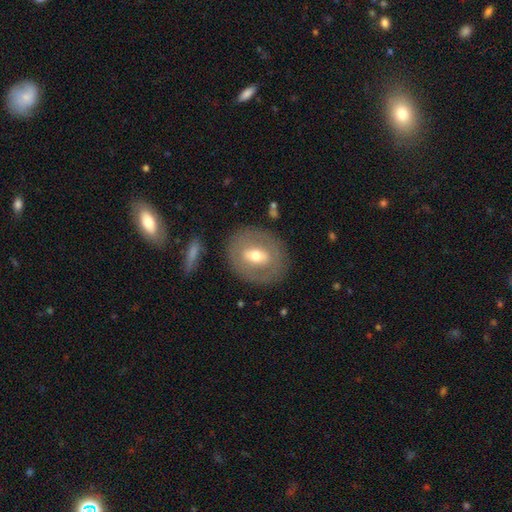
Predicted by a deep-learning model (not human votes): A featured or disk galaxy (52%).

Vote fractions:
- Smooth or featured? featured or disk: 52% / smooth: 42% / star or artifact: 6%
- Edge-on disk? no: 90% / yes: 10%
- Merging? none: 83% / minor disturbance: 10% / major disturbance: 5% / merger: 2%